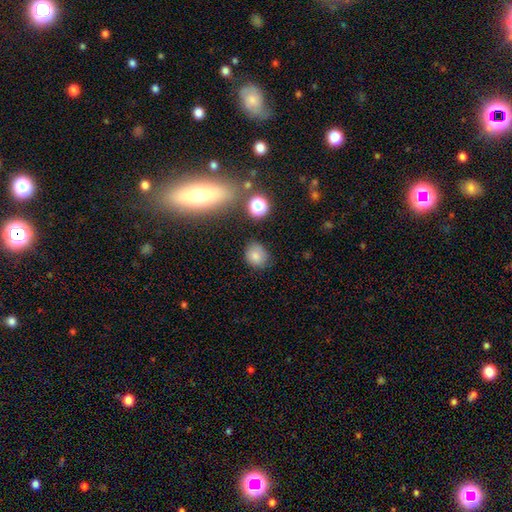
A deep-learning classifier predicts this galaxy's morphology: Overall: smooth (79%). How rounded: round (70%). Merging: none (77%).